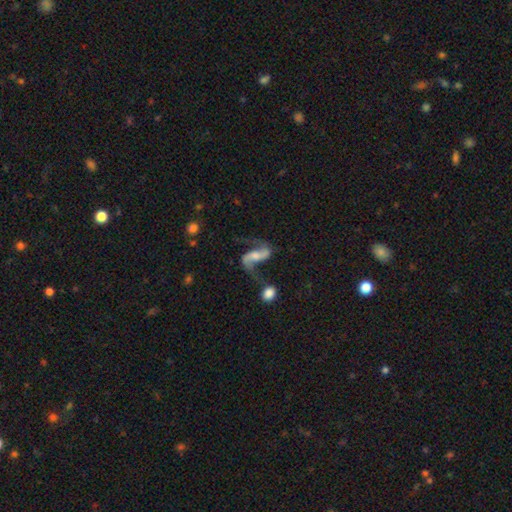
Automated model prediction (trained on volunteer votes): Smooth or featured? featured or disk (85%)
Edge-on disk? no (96%)
Bar? weak (36%)
Spiral arms? yes (95%)
Spiral winding? loose (77%)
Spiral arm count? 2 (92%)
Bulge size? small (37%)
Merging? none (59%)